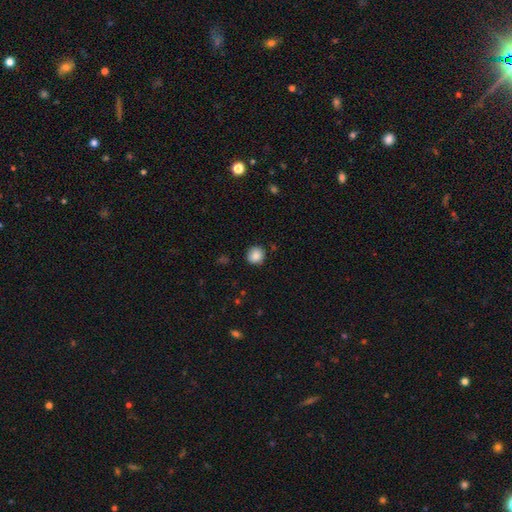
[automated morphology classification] A smooth galaxy with no disk features (87%) that is round (89%). Merging: none (86%).